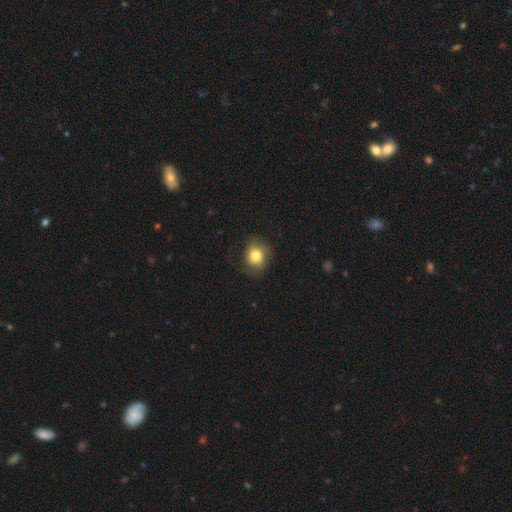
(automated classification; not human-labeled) Overall: smooth (79%). How rounded: round (67%; in between 32%). Merging: none (74%).